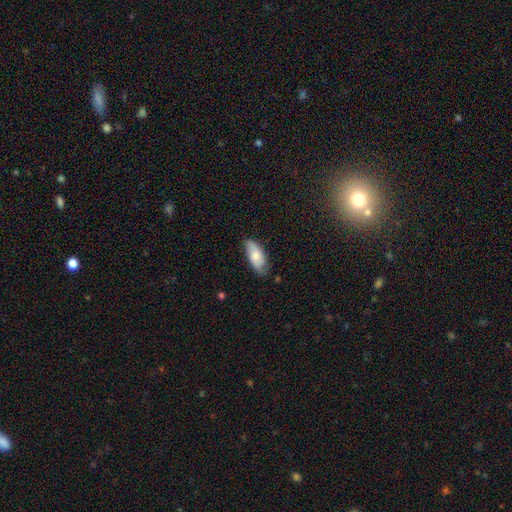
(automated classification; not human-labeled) Q: Smooth or featured?
A: smooth (68%); runner-up: featured or disk (26%)
Q: How rounded?
A: in between (83%); runner-up: cigar-shaped (15%)
Q: Merging?
A: none (73%); runner-up: minor disturbance (22%)